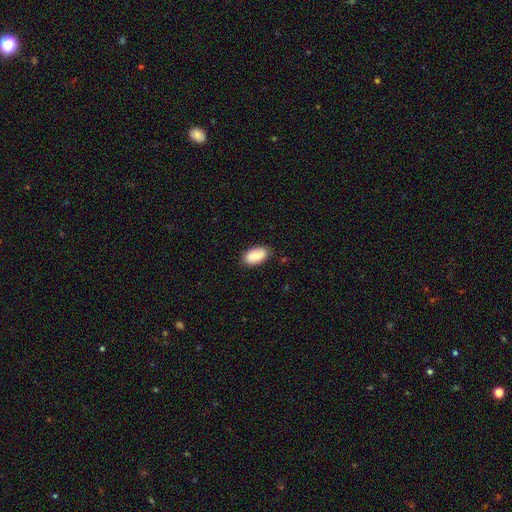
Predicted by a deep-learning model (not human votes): Smooth or featured? Predicted: smooth (p=0.80). How rounded? Predicted: in between (p=0.94). Merging? Predicted: none (p=0.87).